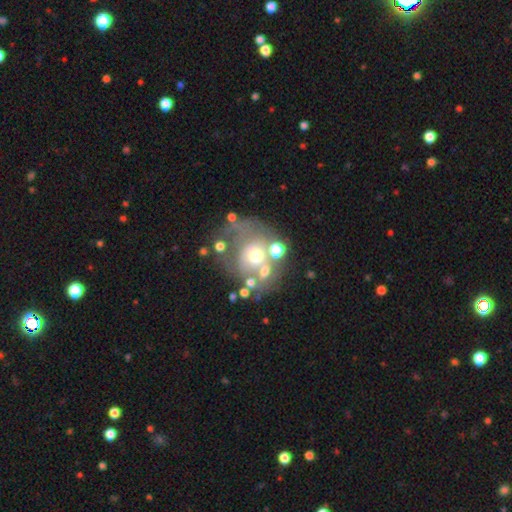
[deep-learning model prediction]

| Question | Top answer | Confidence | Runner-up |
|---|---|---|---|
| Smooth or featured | featured or disk | 42% | smooth (40%) |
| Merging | none | 41% | major disturbance (21%) |